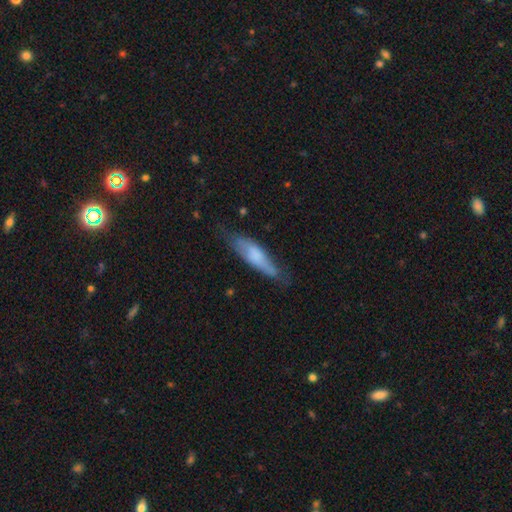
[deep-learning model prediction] Q: Smooth or featured?
A: smooth (64%); runner-up: featured or disk (29%)
Q: How rounded?
A: cigar-shaped (65%); runner-up: in between (33%)
Q: Merging?
A: none (58%); runner-up: minor disturbance (31%)